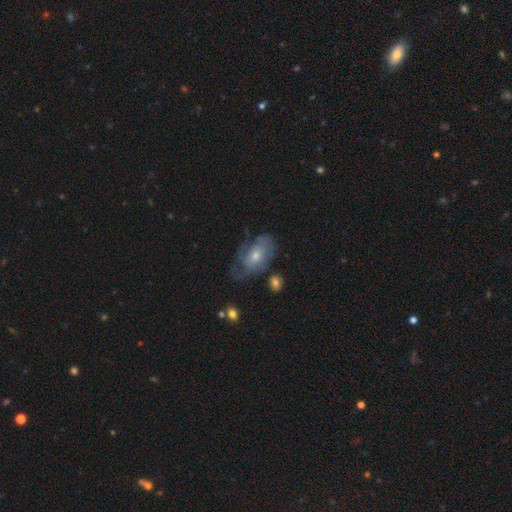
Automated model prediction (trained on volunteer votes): The model was most divided on "smooth or featured": featured or disk: 52%, smooth: 41%, star or artifact: 7%. Remaining: edge-on disk — no (94%); merging — none (44%).